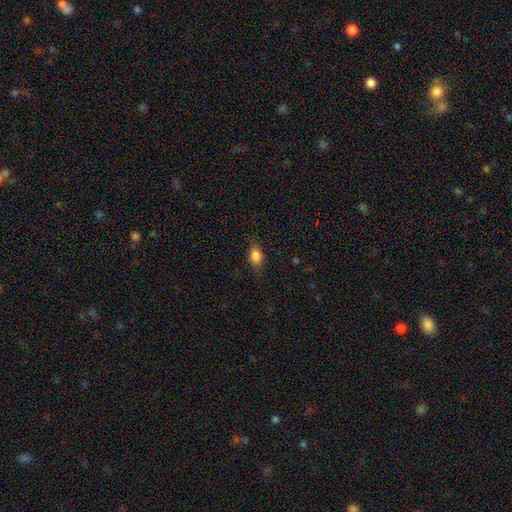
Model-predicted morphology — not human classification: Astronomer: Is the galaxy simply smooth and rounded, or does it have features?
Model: smooth — 84%.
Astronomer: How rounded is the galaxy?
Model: in between — 79%.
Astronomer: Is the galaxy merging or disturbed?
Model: none — 77%.